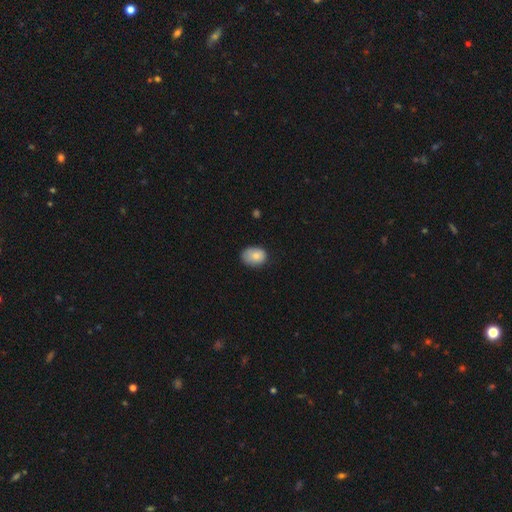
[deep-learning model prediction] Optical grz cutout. It shows a smooth galaxy with no disk features (80%) that is in between round and cigar-shaped (63%). Merging: none (67%).